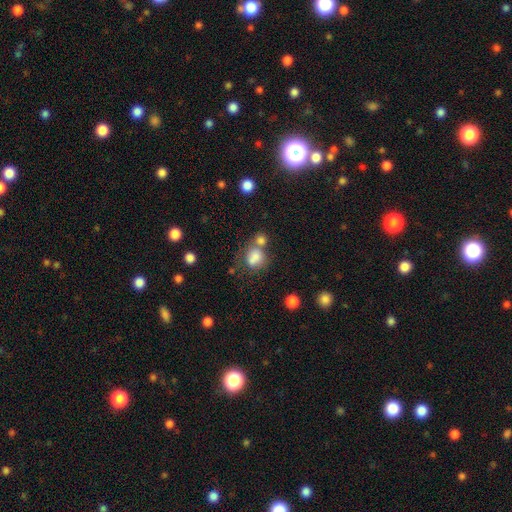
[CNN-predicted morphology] A smooth galaxy with no disk features (75%) that is round (59%).

Vote fractions:
- Smooth or featured? smooth: 75% / featured or disk: 13% / star or artifact: 12%
- How rounded? round: 59% / in between: 40% / cigar-shaped: 1%
- Merging? merger: 41% / none: 35% / minor disturbance: 14% / major disturbance: 9%